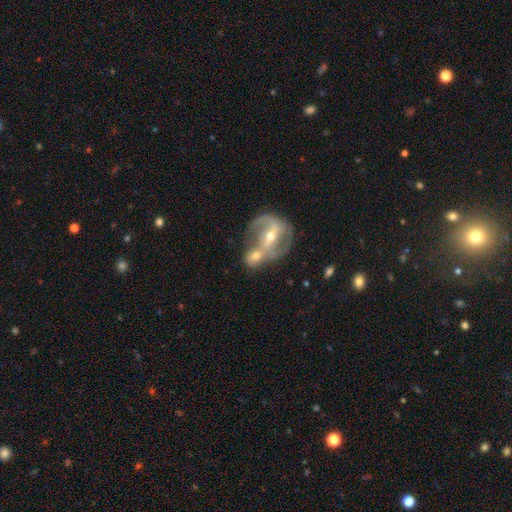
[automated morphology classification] This is likely a featured or disk galaxy (65%). It is clearly not viewed edge-on (95%). Bar: marginally weak (38%). Spiral arm pattern: likely yes (71%). Central bulge: likely moderate (63%). Merging: possibly merger (56%).